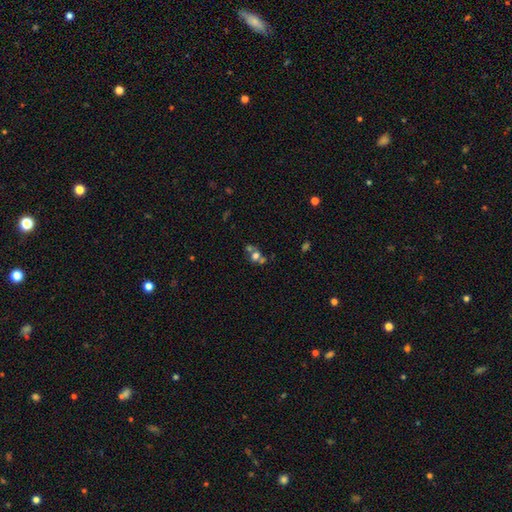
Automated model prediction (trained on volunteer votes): Smooth or featured?
  - smooth: 57% *
  - featured or disk: 24%
  - star or artifact: 19%
How rounded?
  - round: 69% *
  - in between: 30%
  - cigar-shaped: 2%
Merging?
  - merger: 49% *
  - none: 38%
  - minor disturbance: 8%
  - major disturbance: 5%